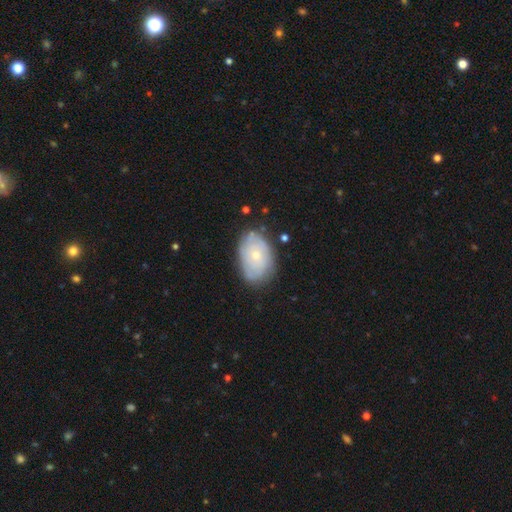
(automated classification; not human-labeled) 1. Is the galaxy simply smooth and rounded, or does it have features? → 53% featured or disk, 41% smooth, 7% star or artifact.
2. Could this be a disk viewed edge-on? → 95% no, 5% yes.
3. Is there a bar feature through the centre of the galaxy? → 89% no, 9% weak, 2% strong.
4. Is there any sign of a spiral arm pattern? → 55% yes, 45% no.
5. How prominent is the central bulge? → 71% small, 26% moderate, 1% large, 1% none, 1% dominant.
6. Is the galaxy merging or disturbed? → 74% none, 19% minor disturbance, 5% major disturbance, 2% merger.